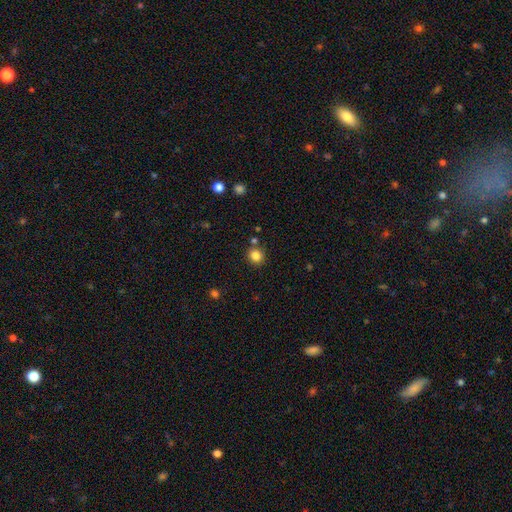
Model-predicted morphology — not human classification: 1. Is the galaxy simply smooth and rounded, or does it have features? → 83% smooth, 12% star or artifact, 5% featured or disk.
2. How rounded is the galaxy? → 87% round, 12% in between, 1% cigar-shaped.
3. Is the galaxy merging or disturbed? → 82% none, 9% minor disturbance, 7% merger, 3% major disturbance.